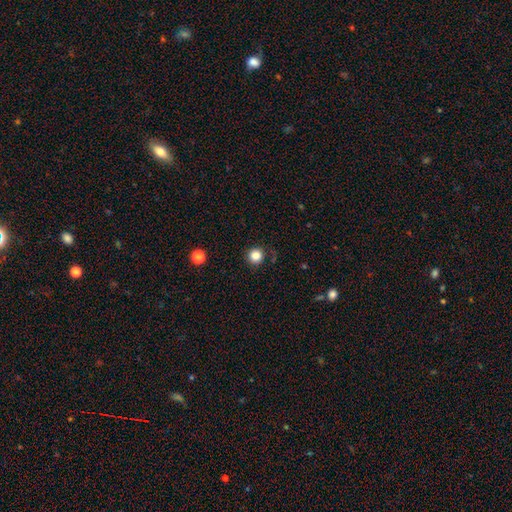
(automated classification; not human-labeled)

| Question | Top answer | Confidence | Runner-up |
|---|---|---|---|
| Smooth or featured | smooth | 85% | star or artifact (11%) |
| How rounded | round | 94% | in between (5%) |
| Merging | none | 87% | minor disturbance (9%) |